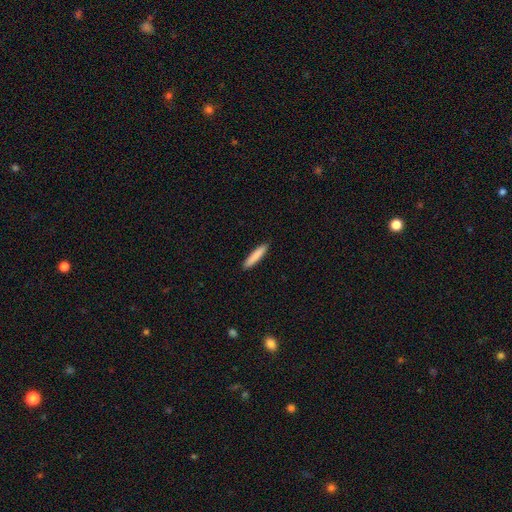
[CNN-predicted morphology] type=smooth (86%); roundness=cigar-shaped (88%); merging=none (90%).